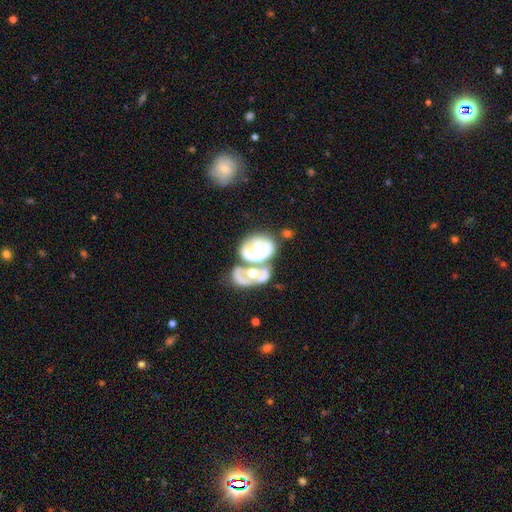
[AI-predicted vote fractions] Q: Smooth or featured?
A: featured or disk (67%); runner-up: smooth (24%)
Q: Edge-on disk?
A: no (97%); runner-up: yes (3%)
Q: Bar?
A: no (78%); runner-up: weak (15%)
Q: Spiral arms?
A: no (52%); runner-up: yes (48%)
Q: Bulge size?
A: moderate (38%); runner-up: none (23%)
Q: Merging?
A: merger (56%); runner-up: none (17%)